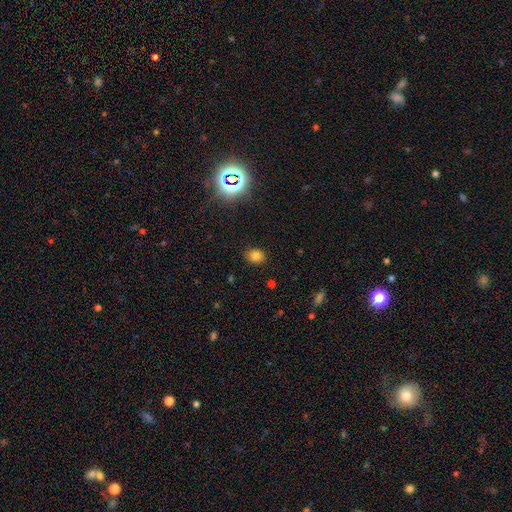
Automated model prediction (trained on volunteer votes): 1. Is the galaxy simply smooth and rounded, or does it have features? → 79% smooth, 15% star or artifact, 7% featured or disk.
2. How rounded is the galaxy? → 53% in between, 46% round, 1% cigar-shaped.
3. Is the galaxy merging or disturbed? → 87% none, 10% minor disturbance, 3% major disturbance, 1% merger.